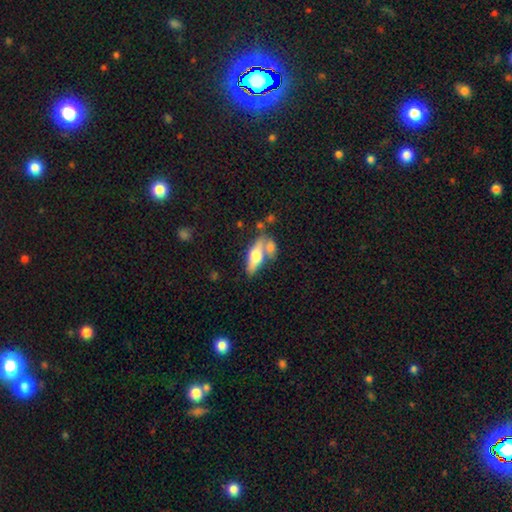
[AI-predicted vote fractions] Q: Smooth or featured?
A: smooth (51%); runner-up: featured or disk (43%)
Q: How rounded?
A: in between (61%); runner-up: cigar-shaped (35%)
Q: Merging?
A: none (42%); runner-up: merger (38%)